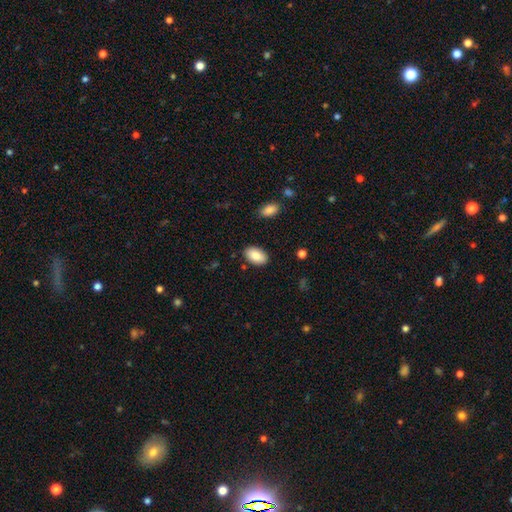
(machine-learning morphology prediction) A smooth galaxy with no disk features (86%) that is in between round and cigar-shaped (93%). Merging: none (87%).